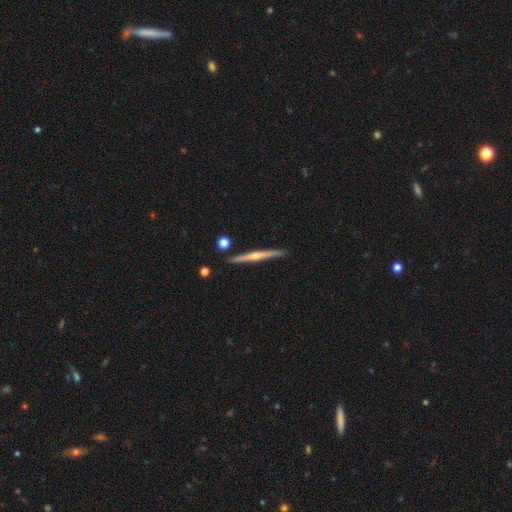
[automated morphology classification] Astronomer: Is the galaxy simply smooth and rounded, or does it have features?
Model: featured or disk — 78%.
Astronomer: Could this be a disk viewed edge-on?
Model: yes — 98%.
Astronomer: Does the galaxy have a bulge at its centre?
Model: rounded — 84%.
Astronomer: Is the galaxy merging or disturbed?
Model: none — 89%.